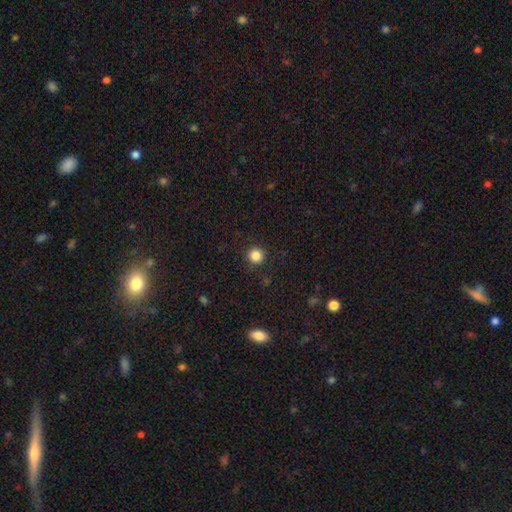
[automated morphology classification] Overall: smooth (85%). How rounded: round (94%). Merging: none (90%).